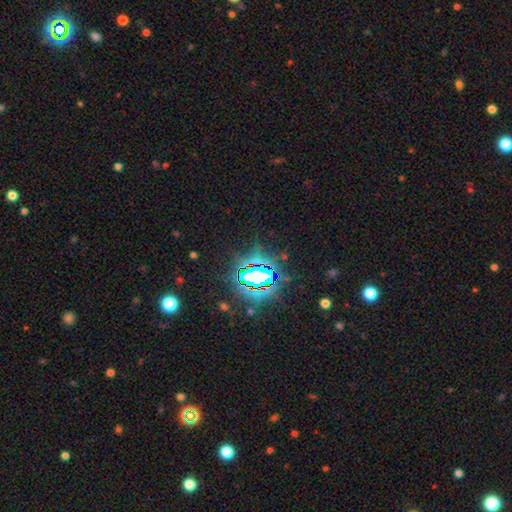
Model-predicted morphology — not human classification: smooth_or_featured: star or artifact (p=0.80) [alt: smooth p=0.11]